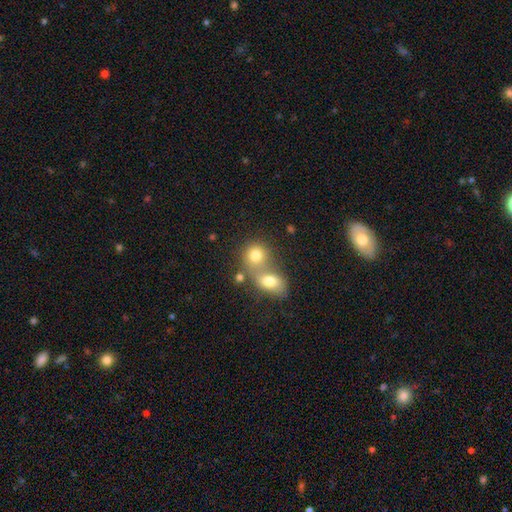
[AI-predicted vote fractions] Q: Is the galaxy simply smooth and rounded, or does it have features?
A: smooth — 75%.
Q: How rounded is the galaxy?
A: round — 71%.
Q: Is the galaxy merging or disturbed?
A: merger — 58%.